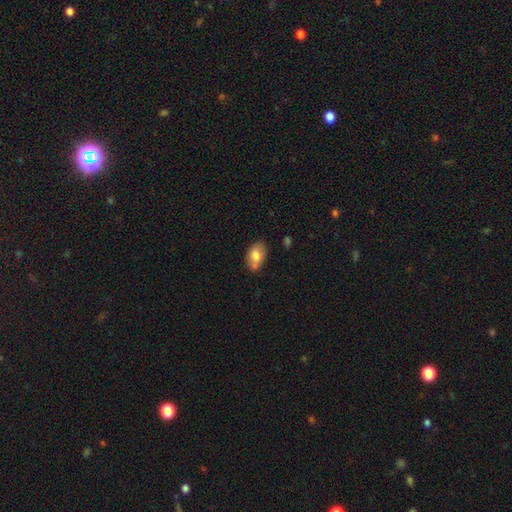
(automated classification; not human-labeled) smooth_or_featured: smooth (p=0.77) [alt: featured or disk p=0.15]
how_rounded: in between (p=0.88) [alt: round p=0.10]
merging: none (p=0.61) [alt: minor disturbance p=0.23]